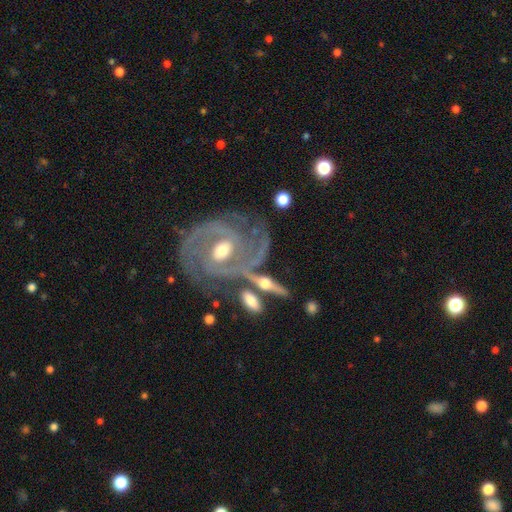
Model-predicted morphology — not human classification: smooth_or_featured: featured or disk (p=0.90) [alt: star or artifact p=0.05]
disk_edge_on: no (p=0.95) [alt: yes p=0.05]
bar: weak (p=0.44) [alt: no p=0.36]
has_spiral_arms: yes (p=0.97) [alt: no p=0.03]
spiral_winding: tight (p=0.60) [alt: medium p=0.34]
spiral_arm_count: 2 (p=0.56) [alt: 3 p=0.20]
bulge_size: moderate (p=0.67) [alt: small p=0.26]
merging: none (p=0.64) [alt: minor disturbance p=0.17]